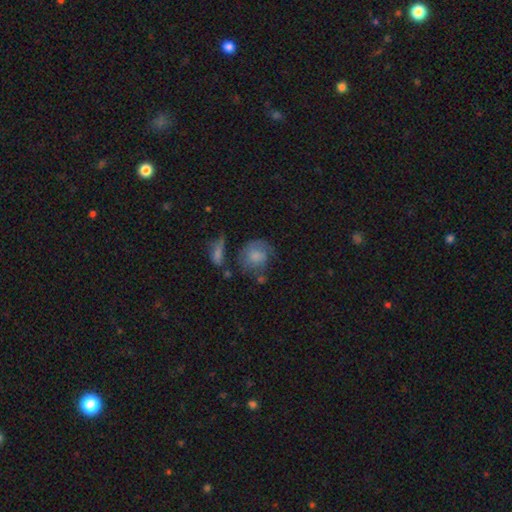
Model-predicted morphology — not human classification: Smooth or featured: smooth — 57% (featured or disk — 35%)
How rounded: round — 76% (in between — 23%)
Merging: none — 46% (minor disturbance — 24%)